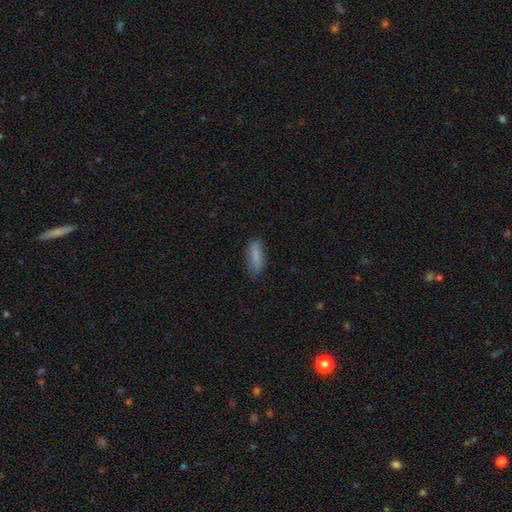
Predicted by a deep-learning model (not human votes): A smooth galaxy with no disk features (83%) that is in between round and cigar-shaped (61%). Merging: none (75%).